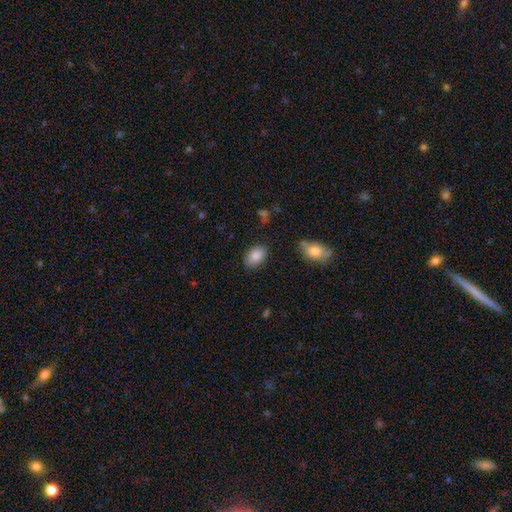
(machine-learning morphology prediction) Q: Smooth or featured?
A: smooth (86%); runner-up: star or artifact (7%)
Q: How rounded?
A: in between (86%); runner-up: round (13%)
Q: Merging?
A: none (83%); runner-up: minor disturbance (12%)